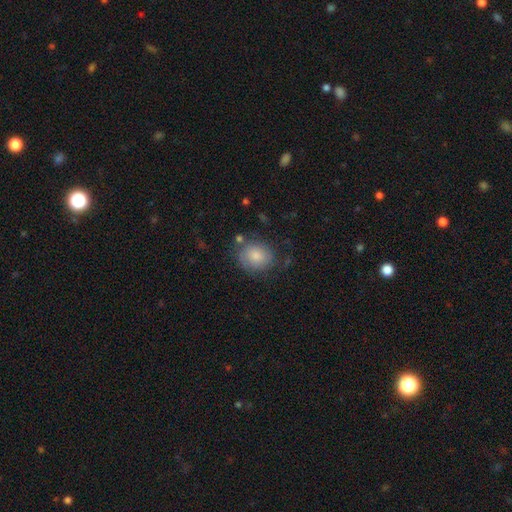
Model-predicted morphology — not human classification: A smooth galaxy with no disk features (78%) that is round (69%). Merging: none (68%).